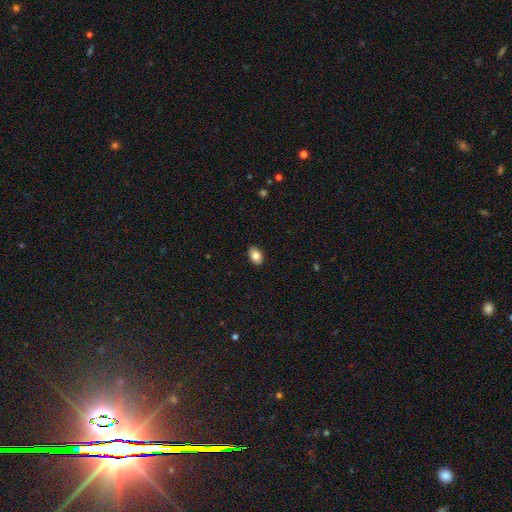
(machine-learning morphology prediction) Smooth or featured? Predicted: smooth (p=0.85). How rounded? Predicted: in between (p=0.84). Merging? Predicted: none (p=0.89).